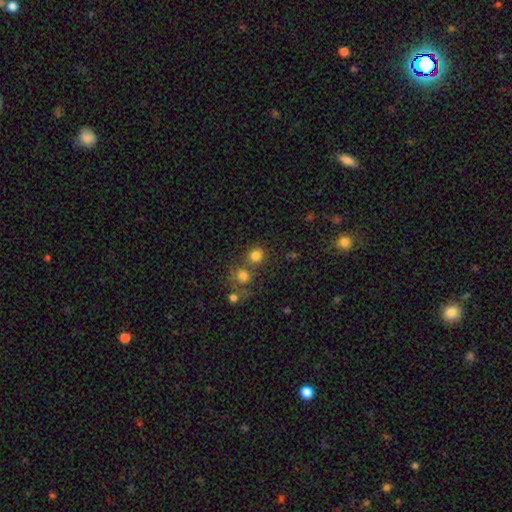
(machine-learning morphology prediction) Smooth or featured: smooth — 80% (star or artifact — 14%)
How rounded: round — 86% (in between — 13%)
Merging: none — 65% (merger — 24%)